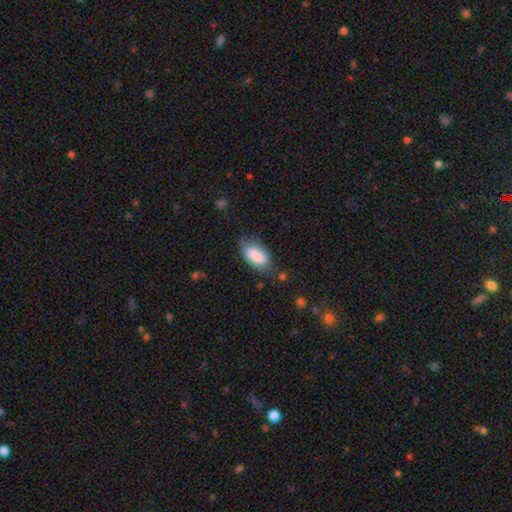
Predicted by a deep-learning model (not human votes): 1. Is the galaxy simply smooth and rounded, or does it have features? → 82% smooth, 11% featured or disk, 6% star or artifact.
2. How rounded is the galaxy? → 92% in between, 5% cigar-shaped, 3% round.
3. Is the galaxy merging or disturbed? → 61% none, 28% minor disturbance, 8% major disturbance, 3% merger.